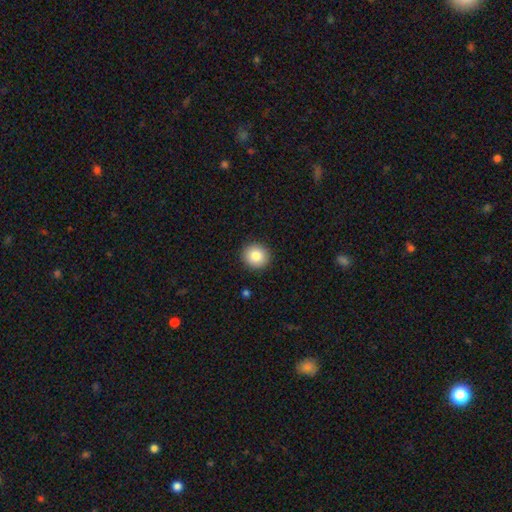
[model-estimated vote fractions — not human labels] A smooth galaxy with no disk features (83%) that is round (90%).

Vote fractions:
- Smooth or featured? smooth: 83% / star or artifact: 9% / featured or disk: 8%
- How rounded? round: 90% / in between: 10% / cigar-shaped: 1%
- Merging? none: 92% / minor disturbance: 6% / major disturbance: 2% / merger: 1%